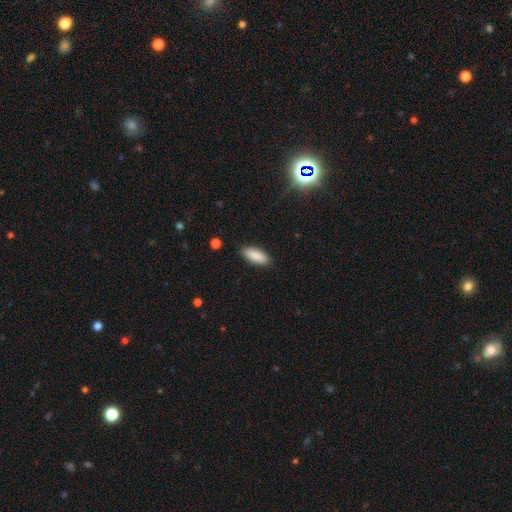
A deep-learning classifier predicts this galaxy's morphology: A smooth galaxy with no disk features (89%) that is in between round and cigar-shaped (79%).

Vote fractions:
- Smooth or featured? smooth: 89% / star or artifact: 6% / featured or disk: 5%
- How rounded? in between: 79% / cigar-shaped: 20% / round: 2%
- Merging? none: 89% / minor disturbance: 8% / major disturbance: 2% / merger: 1%